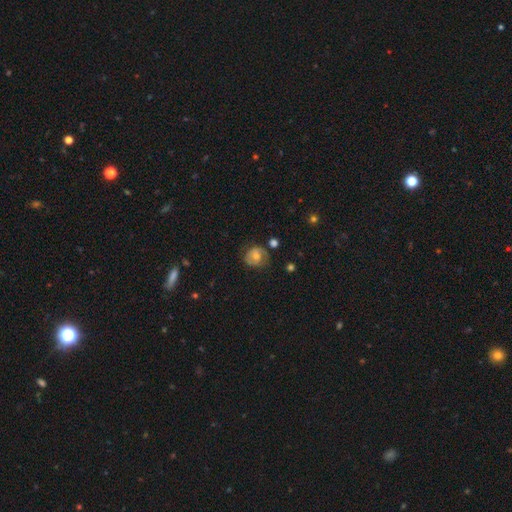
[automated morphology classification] Smooth or featured: smooth — 52% (featured or disk — 39%)
How rounded: round — 76% (in between — 23%)
Merging: none — 66% (minor disturbance — 22%)